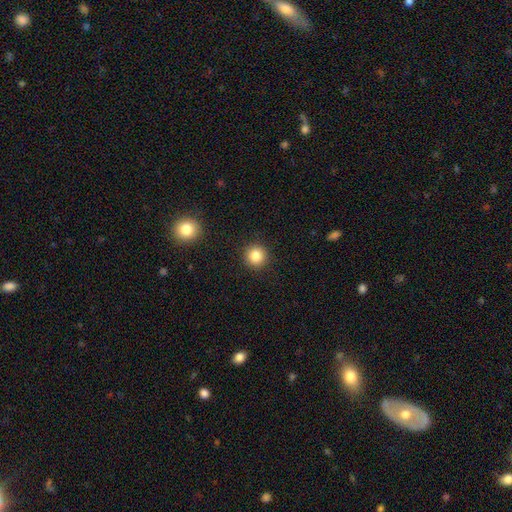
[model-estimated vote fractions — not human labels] smooth_or_featured: smooth (p=0.84) [alt: star or artifact p=0.11]
how_rounded: round (p=0.95) [alt: in between p=0.04]
merging: none (p=0.92) [alt: minor disturbance p=0.05]